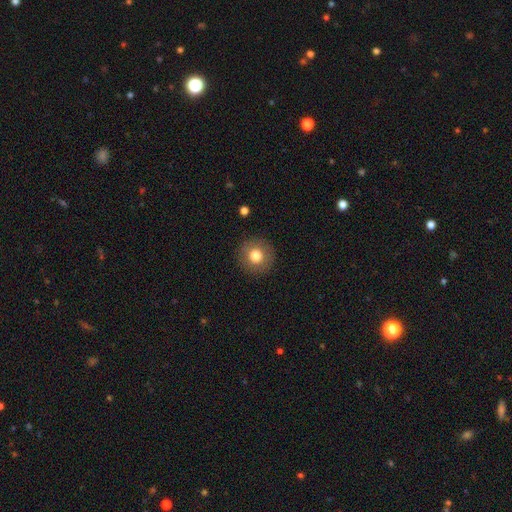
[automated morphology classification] A smooth galaxy with no disk features (78%) that is round (95%).

Vote fractions:
- Smooth or featured? smooth: 78% / featured or disk: 12% / star or artifact: 10%
- How rounded? round: 95% / in between: 4% / cigar-shaped: 1%
- Merging? none: 90% / minor disturbance: 6% / major disturbance: 2% / merger: 1%